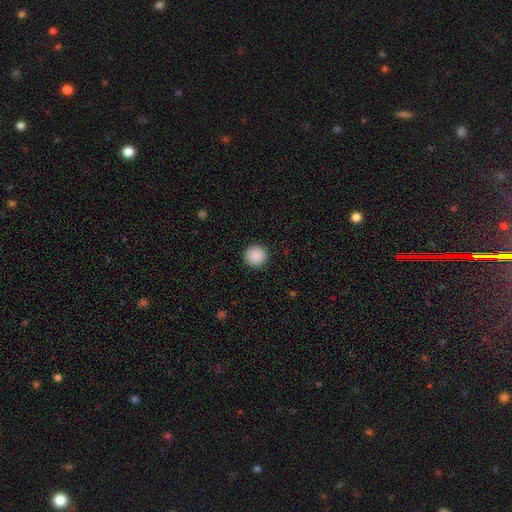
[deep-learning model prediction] This is clearly a smooth galaxy (90%). How rounded: clearly round (95%). Merging: clearly none (93%).